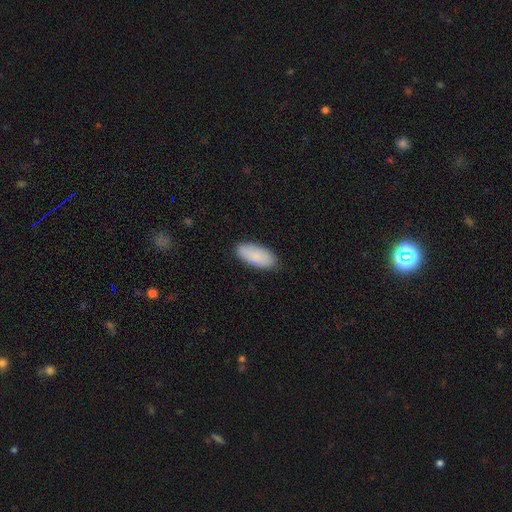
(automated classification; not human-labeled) Q: Smooth or featured?
A: smooth (83%); runner-up: featured or disk (11%)
Q: How rounded?
A: in between (91%); runner-up: cigar-shaped (7%)
Q: Merging?
A: none (86%); runner-up: minor disturbance (11%)